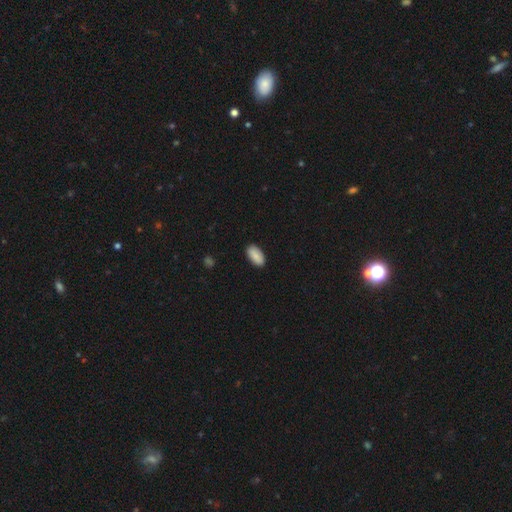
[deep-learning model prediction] The model was most divided on "merging": none: 89%, minor disturbance: 8%, major disturbance: 2%, merger: 1%. More confident: how rounded — in between (94%); smooth or featured — smooth (88%).